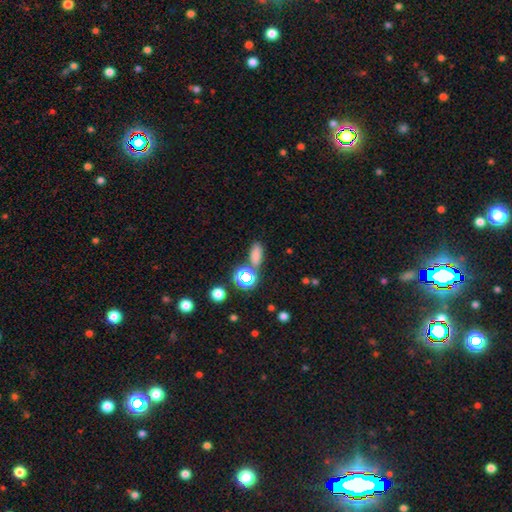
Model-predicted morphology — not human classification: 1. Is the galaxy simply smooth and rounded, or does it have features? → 70% smooth, 23% star or artifact, 7% featured or disk.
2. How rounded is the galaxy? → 77% in between, 13% round, 11% cigar-shaped.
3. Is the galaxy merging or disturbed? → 75% none, 11% minor disturbance, 10% merger, 4% major disturbance.